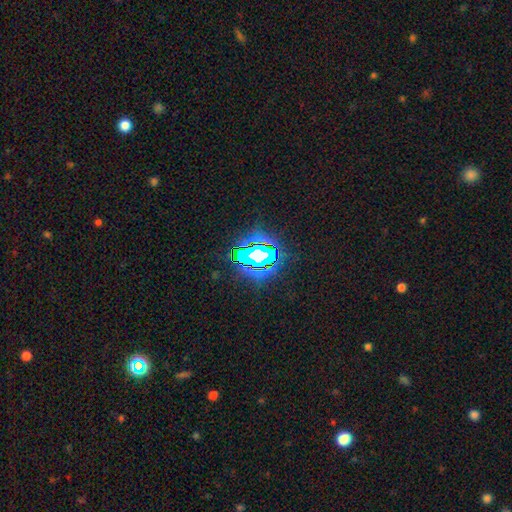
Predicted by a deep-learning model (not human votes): Smooth or featured: star or artifact — 68% (smooth — 19%)